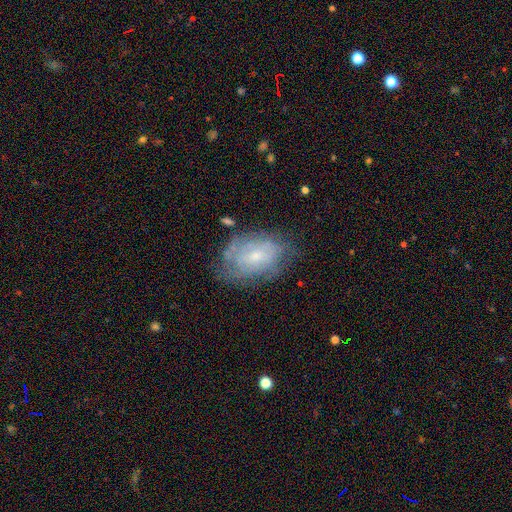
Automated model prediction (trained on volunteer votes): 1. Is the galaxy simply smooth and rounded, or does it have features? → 61% featured or disk, 31% smooth, 9% star or artifact.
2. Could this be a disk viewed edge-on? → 95% no, 5% yes.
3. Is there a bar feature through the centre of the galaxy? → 64% no, 31% weak, 5% strong.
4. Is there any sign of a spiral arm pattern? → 70% yes, 30% no.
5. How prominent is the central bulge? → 59% small, 33% moderate, 5% none, 2% large, 1% dominant.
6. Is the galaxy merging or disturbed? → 64% none, 24% minor disturbance, 10% major disturbance, 2% merger.